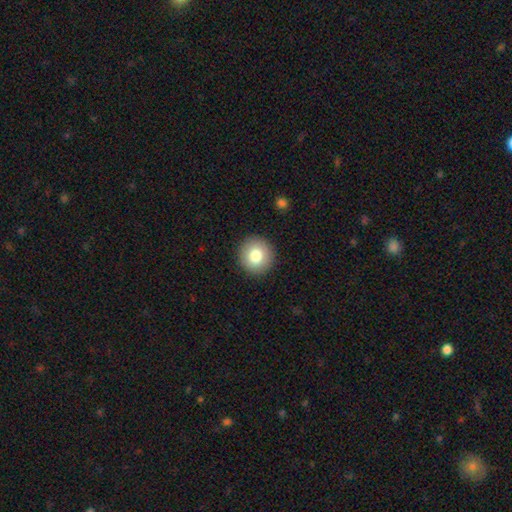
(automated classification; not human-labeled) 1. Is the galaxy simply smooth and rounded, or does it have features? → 79% smooth, 12% featured or disk, 9% star or artifact.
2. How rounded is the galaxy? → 94% round, 5% in between, 1% cigar-shaped.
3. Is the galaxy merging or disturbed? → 92% none, 5% minor disturbance, 2% major disturbance, 1% merger.